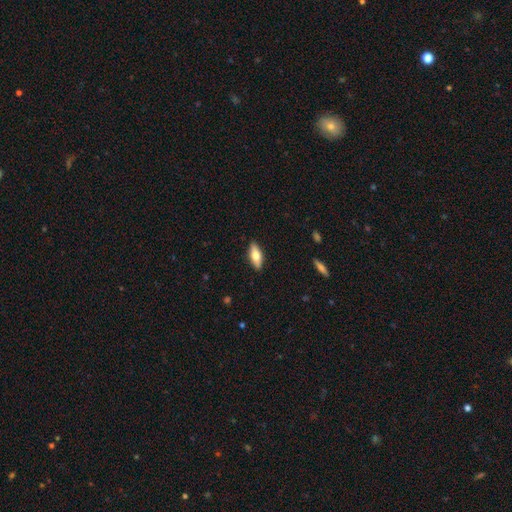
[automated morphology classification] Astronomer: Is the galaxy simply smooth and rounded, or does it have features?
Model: smooth — 64%.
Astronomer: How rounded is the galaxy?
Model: in between — 69%.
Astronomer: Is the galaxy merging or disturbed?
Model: none — 89%.